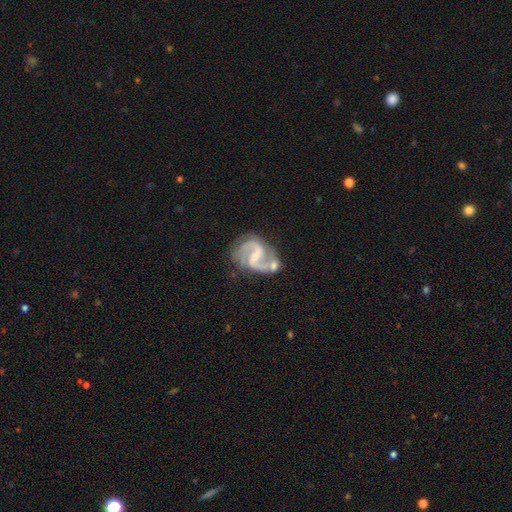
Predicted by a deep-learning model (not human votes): smooth_or_featured: featured or disk (p=0.90) [alt: smooth p=0.05]
disk_edge_on: no (p=0.98) [alt: yes p=0.02]
bar: weak (p=0.48) [alt: strong p=0.37]
has_spiral_arms: yes (p=0.97) [alt: no p=0.03]
spiral_winding: medium (p=0.55) [alt: loose p=0.32]
spiral_arm_count: 2 (p=0.89) [alt: 3 p=0.04]
bulge_size: small (p=0.58) [alt: moderate p=0.20]
merging: none (p=0.47) [alt: merger p=0.21]